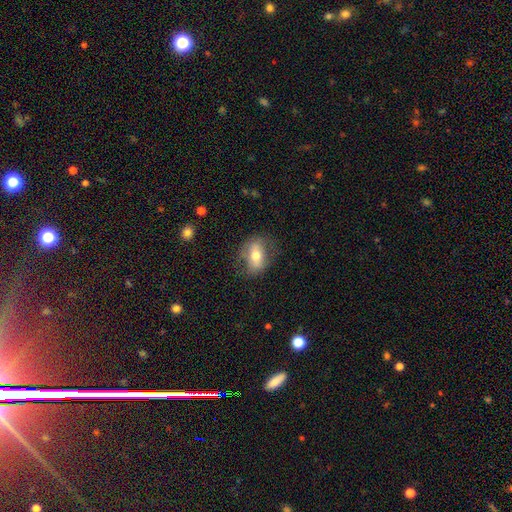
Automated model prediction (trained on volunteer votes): Morphology: type=smooth (54%); roundness=in between (76%); merging=none (71%).